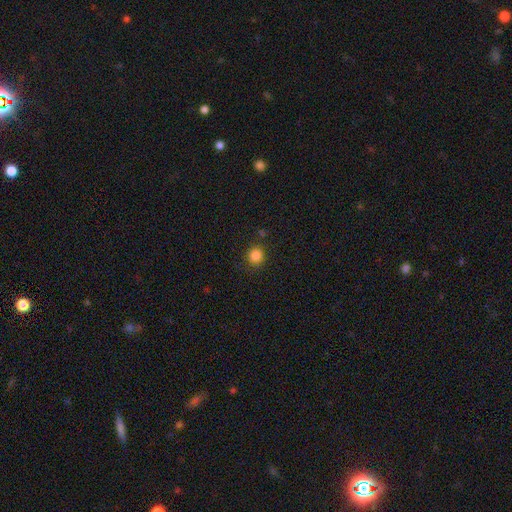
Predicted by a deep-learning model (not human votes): Smooth or featured? smooth (84%)
How rounded? round (90%)
Merging? none (87%)